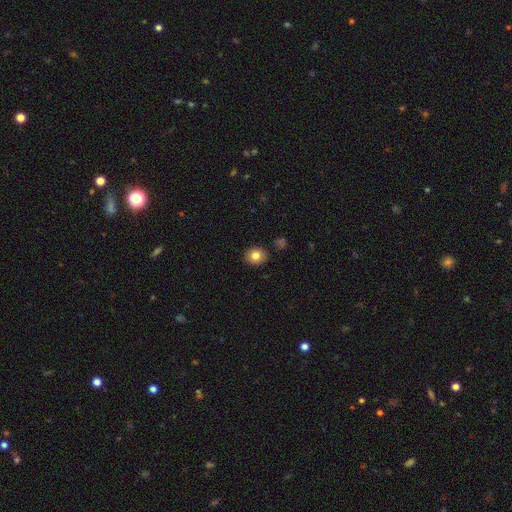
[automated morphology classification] A smooth galaxy with no disk features (81%) that is round (77%).

Vote fractions:
- Smooth or featured? smooth: 81% / star or artifact: 10% / featured or disk: 9%
- How rounded? round: 77% / in between: 22% / cigar-shaped: 1%
- Merging? none: 90% / minor disturbance: 7% / major disturbance: 2% / merger: 2%